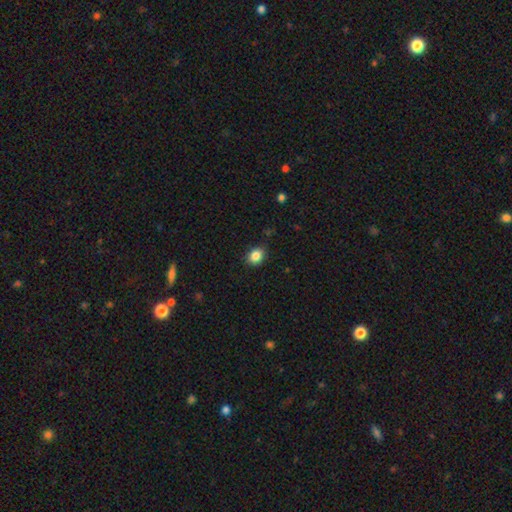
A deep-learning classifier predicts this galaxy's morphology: Q: Smooth or featured?
A: smooth (86%); runner-up: star or artifact (10%)
Q: How rounded?
A: in between (50%); runner-up: round (49%)
Q: Merging?
A: none (85%); runner-up: minor disturbance (12%)